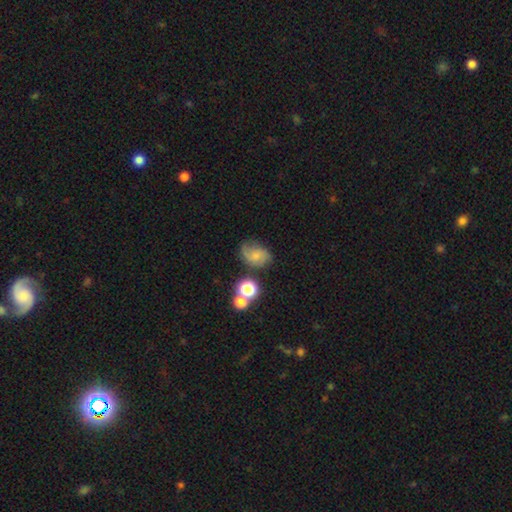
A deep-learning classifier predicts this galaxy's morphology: Q: Smooth or featured?
A: featured or disk (51%); runner-up: smooth (35%)
Q: Edge-on disk?
A: no (97%); runner-up: yes (3%)
Q: Merging?
A: none (55%); runner-up: minor disturbance (26%)